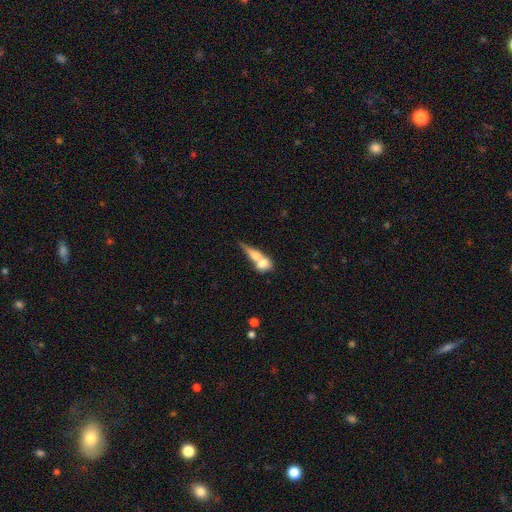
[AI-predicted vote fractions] Morphology: type=smooth (61%); roundness=in between (44%); merging=merger (67%).